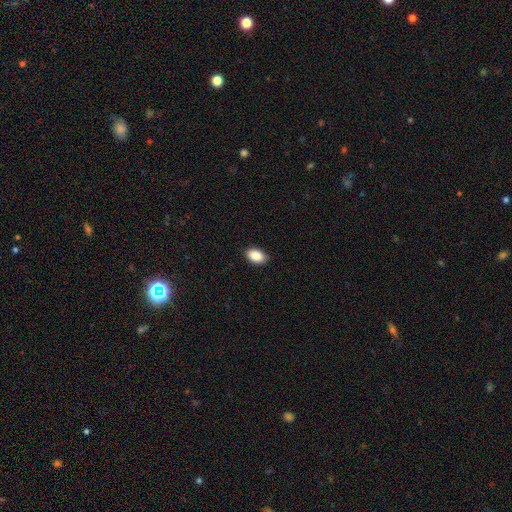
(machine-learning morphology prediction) Q: Smooth or featured?
A: smooth (89%); runner-up: star or artifact (7%)
Q: How rounded?
A: in between (91%); runner-up: round (7%)
Q: Merging?
A: none (88%); runner-up: minor disturbance (9%)